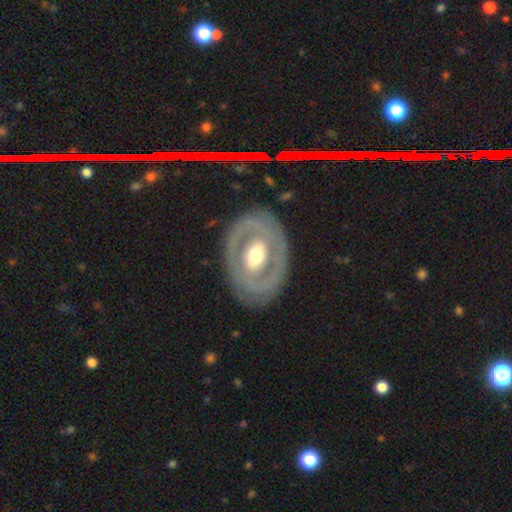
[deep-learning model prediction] smooth-or-featured: featured or disk: 72% | smooth: 23% | star or artifact: 5%
  disk-edge-on: no: 94% | yes: 6%
    bar: no: 44% | weak: 30% | strong: 25%
    has-spiral-arms: no: 63% | yes: 37%
    bulge-size: moderate: 67% | large: 19% | small: 11% | dominant: 2% | none: 1%
  merging: none: 81% | minor disturbance: 12% | major disturbance: 6% | merger: 1%